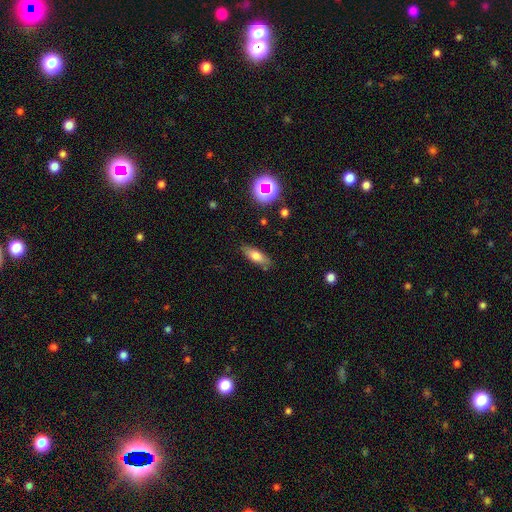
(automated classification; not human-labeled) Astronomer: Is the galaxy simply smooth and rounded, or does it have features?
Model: smooth — 70%.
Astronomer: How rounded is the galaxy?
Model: in between — 67%.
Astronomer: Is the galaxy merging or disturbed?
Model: none — 81%.